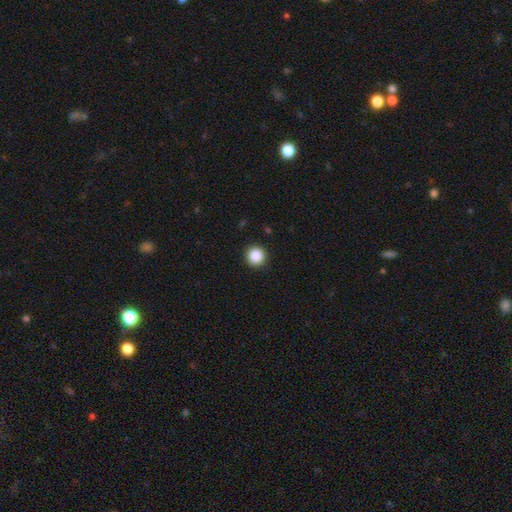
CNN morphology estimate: The model was most divided on "smooth or featured": smooth: 88%, star or artifact: 9%, featured or disk: 3%. More confident: how rounded — round (95%); merging — none (92%).